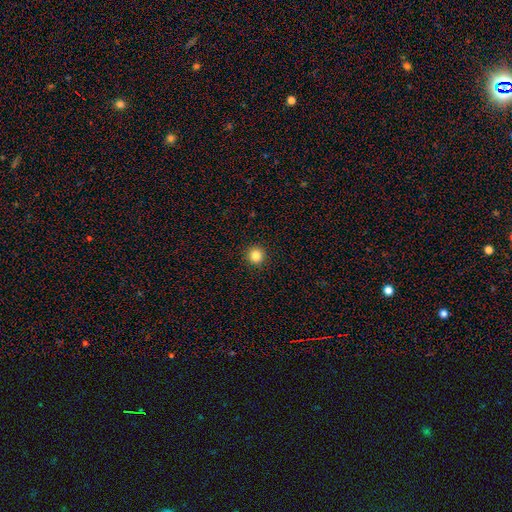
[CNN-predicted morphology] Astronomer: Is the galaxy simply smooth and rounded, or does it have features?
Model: smooth — 84%.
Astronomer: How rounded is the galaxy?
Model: round — 95%.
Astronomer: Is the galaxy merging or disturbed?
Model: none — 93%.